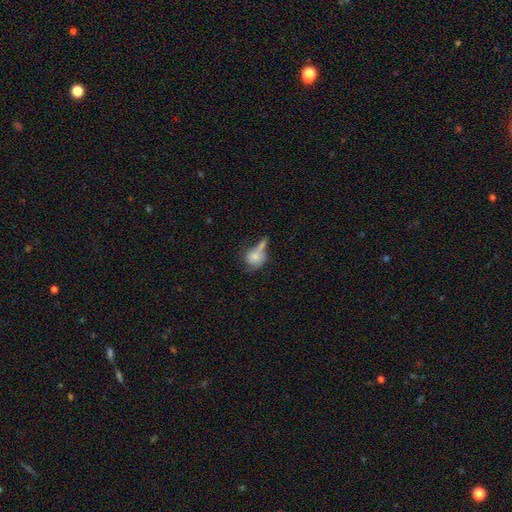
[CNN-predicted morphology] Smooth or featured? smooth (64%)
How rounded? round (62%)
Merging? merger (37%)